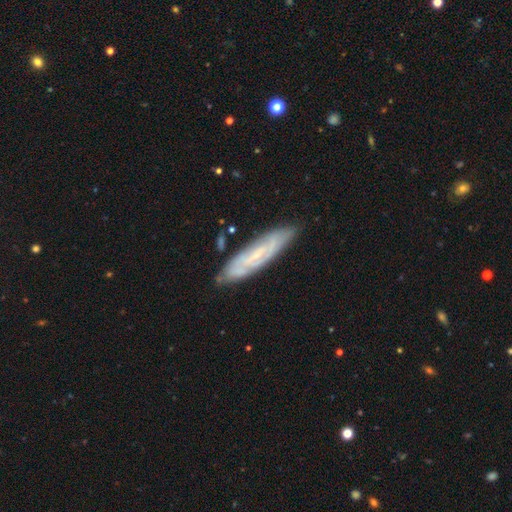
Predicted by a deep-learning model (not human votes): Q: Smooth or featured?
A: featured or disk (63%); runner-up: smooth (29%)
Q: Edge-on disk?
A: no (65%); runner-up: yes (35%)
Q: Merging?
A: none (80%); runner-up: minor disturbance (15%)